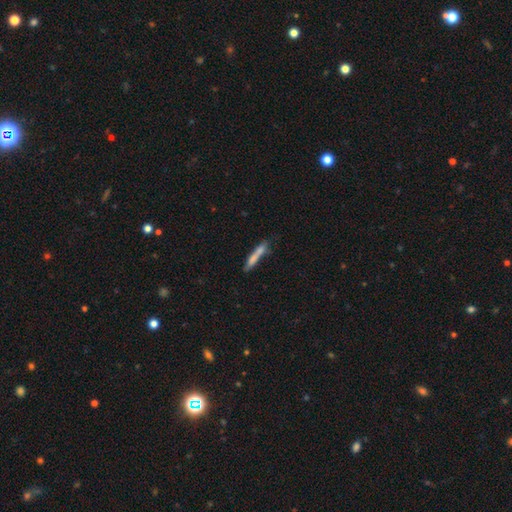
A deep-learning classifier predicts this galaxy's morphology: This is likely a smooth galaxy (66%). How rounded: clearly cigar-shaped (92%). Merging: possibly none (58%).